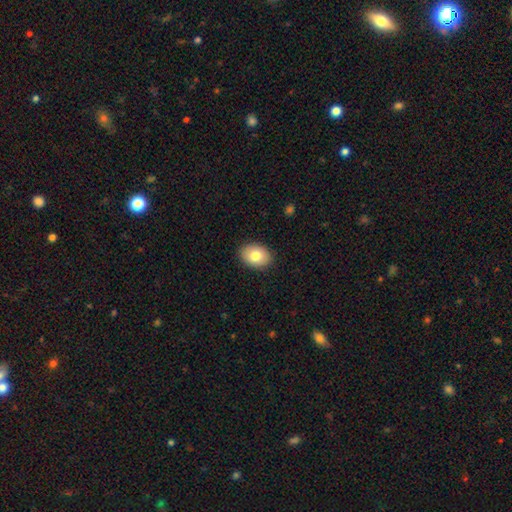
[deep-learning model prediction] smooth-or-featured: smooth: 81% | featured or disk: 12% | star or artifact: 8%
  how-rounded: in between: 71% | round: 28% | cigar-shaped: 1%
  merging: none: 89% | minor disturbance: 8% | major disturbance: 2% | merger: 1%